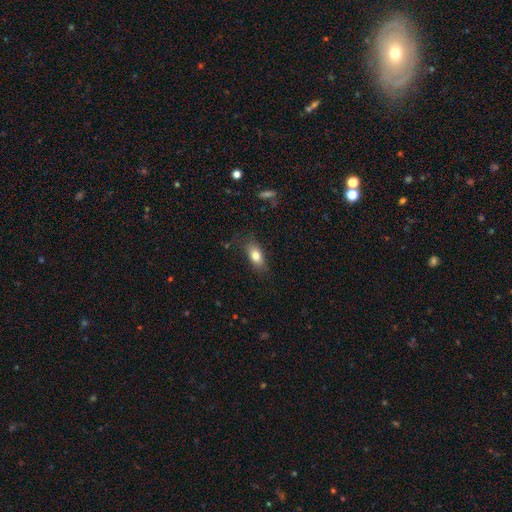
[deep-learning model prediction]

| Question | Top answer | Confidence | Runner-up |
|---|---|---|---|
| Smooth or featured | smooth | 78% | featured or disk (14%) |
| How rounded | in between | 82% | cigar-shaped (11%) |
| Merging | none | 73% | minor disturbance (19%) |